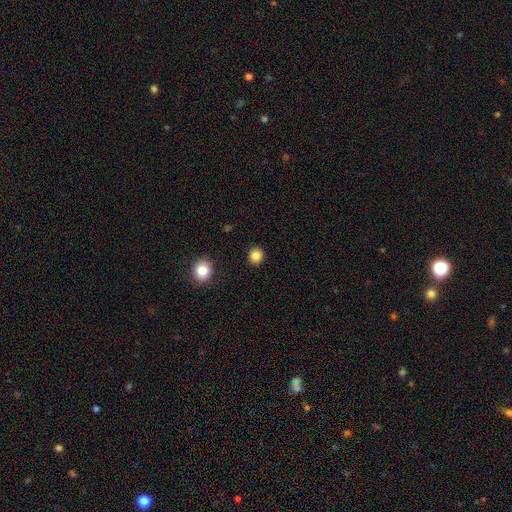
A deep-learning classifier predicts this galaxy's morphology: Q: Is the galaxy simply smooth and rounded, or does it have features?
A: smooth — 84%.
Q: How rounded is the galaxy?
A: round — 86%.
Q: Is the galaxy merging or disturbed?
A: none — 92%.